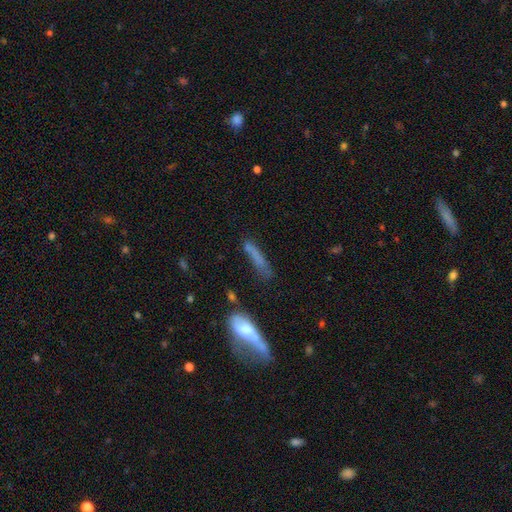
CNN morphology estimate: smooth_or_featured: smooth (p=0.62) [alt: featured or disk p=0.27]
how_rounded: cigar-shaped (p=0.83) [alt: in between p=0.14]
merging: none (p=0.53) [alt: minor disturbance p=0.23]